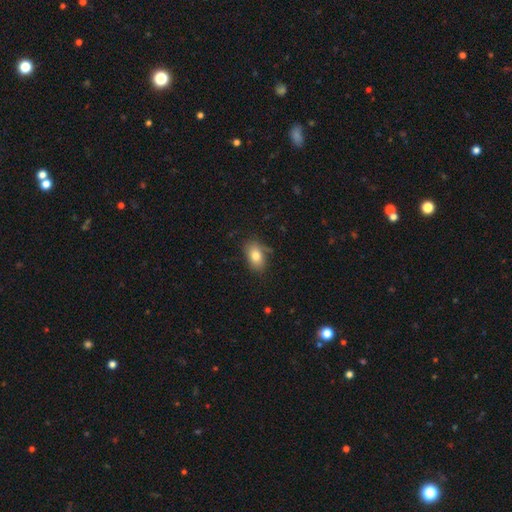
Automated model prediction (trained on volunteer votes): Q: Smooth or featured?
A: smooth (79%); runner-up: featured or disk (12%)
Q: How rounded?
A: in between (87%); runner-up: round (11%)
Q: Merging?
A: none (74%); runner-up: minor disturbance (19%)